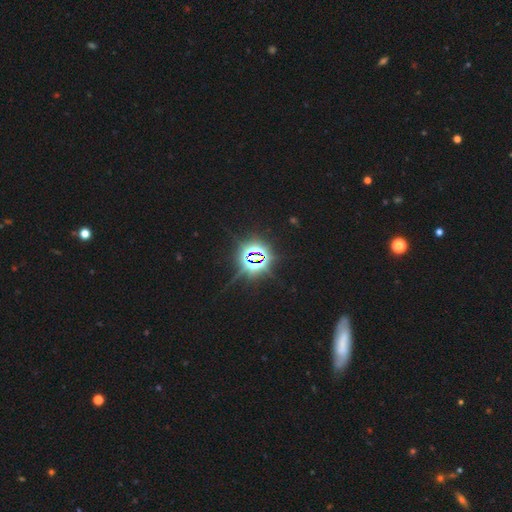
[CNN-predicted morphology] A star or artifact, not a galaxy (83%).

Vote fractions:
- Smooth or featured? star or artifact: 83% / smooth: 9% / featured or disk: 8%